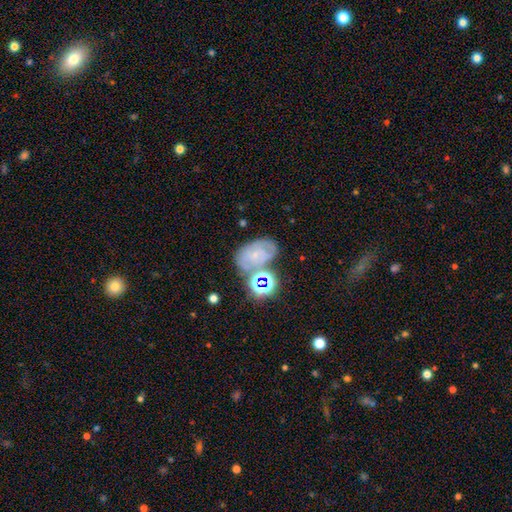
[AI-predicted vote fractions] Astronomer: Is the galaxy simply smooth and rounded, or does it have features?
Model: featured or disk — 48% (runner-up: smooth, 29%).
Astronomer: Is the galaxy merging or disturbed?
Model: none — 51%.